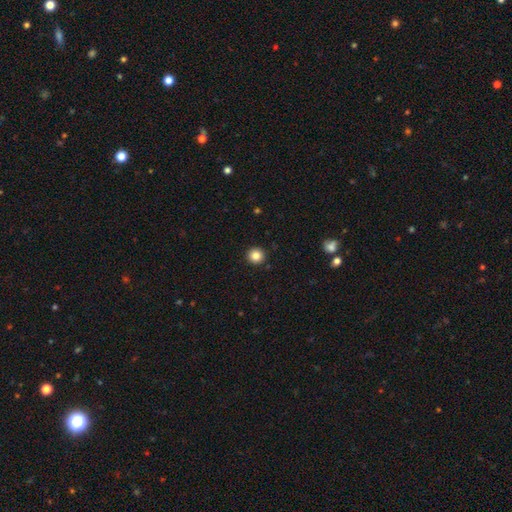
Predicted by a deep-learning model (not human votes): A smooth galaxy with no disk features (85%) that is round (95%).

Vote fractions:
- Smooth or featured? smooth: 85% / star or artifact: 10% / featured or disk: 4%
- How rounded? round: 95% / in between: 4% / cigar-shaped: 1%
- Merging? none: 93% / minor disturbance: 4% / major disturbance: 2% / merger: 1%